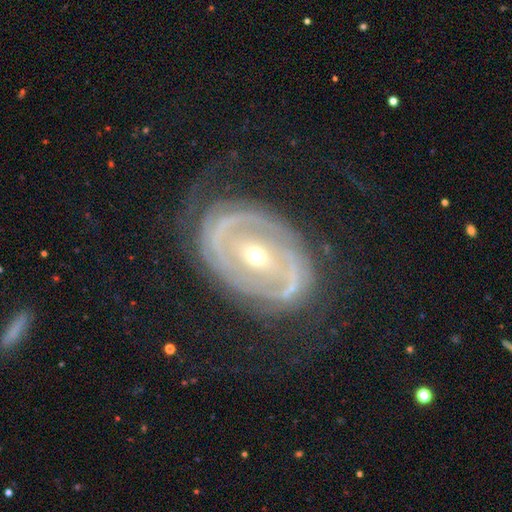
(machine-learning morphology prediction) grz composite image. It shows a featured or disk galaxy (85%) with no bar (37%), 2 (64%) tight (55%) spiral arms (79%) and a small central bulge (54%). Merging: none (69%).